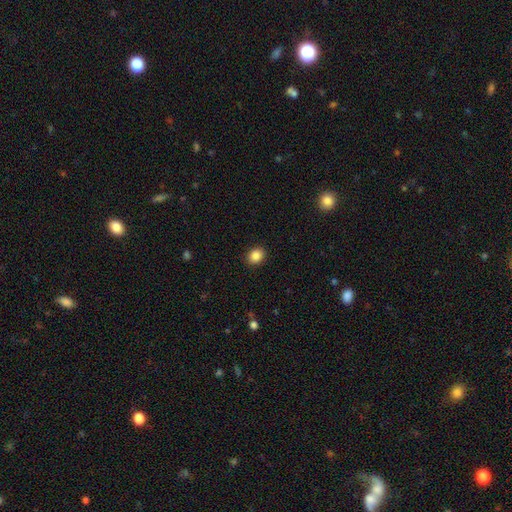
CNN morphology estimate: smooth-or-featured: smooth: 87% | star or artifact: 9% | featured or disk: 4%
  how-rounded: round: 56% | in between: 43% | cigar-shaped: 1%
  merging: none: 90% | minor disturbance: 7% | major disturbance: 2% | merger: 1%